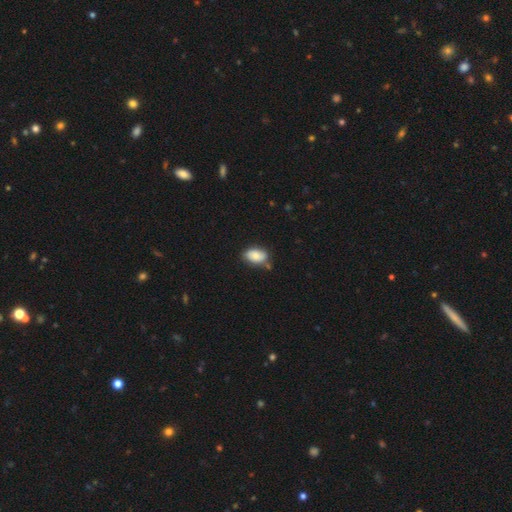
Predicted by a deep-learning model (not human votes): Morphology: type=smooth (79%); roundness=in between (90%); merging=none (67%).